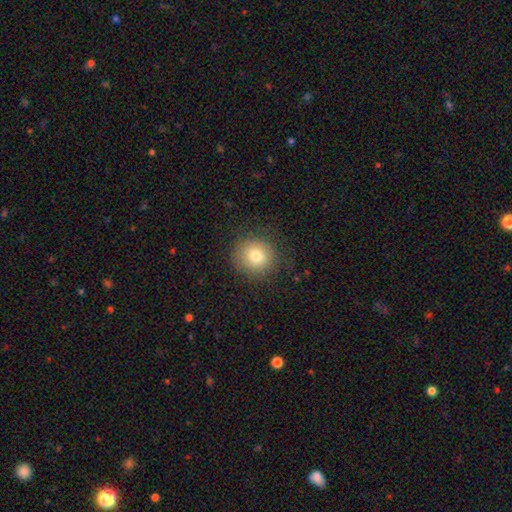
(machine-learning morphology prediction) type=smooth (77%); roundness=round (90%); merging=none (83%).